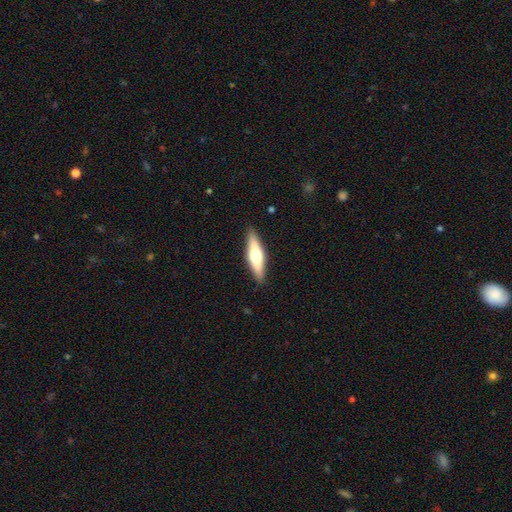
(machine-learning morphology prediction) A featured or disk galaxy (48%). Merging: none (89%).